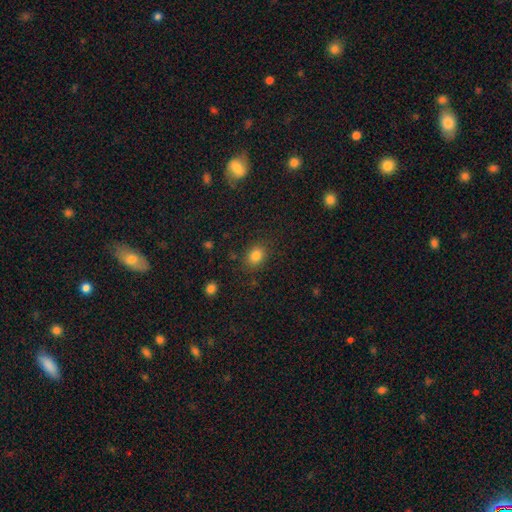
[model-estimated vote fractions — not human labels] Morphology: type=smooth (83%); roundness=in between (53%); merging=none (83%).